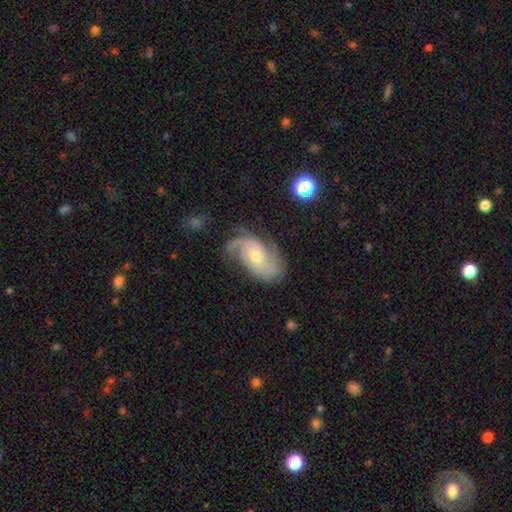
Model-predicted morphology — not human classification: This is clearly a featured or disk galaxy (86%). It is clearly not viewed edge-on (97%). Bar: likely no (65%). Spiral arm pattern: clearly yes (97%). Spiral arm count: marginally 2 (37%). Spiral winding: marginally medium (43%). Central bulge: possibly small (50%). Merging: likely none (65%).